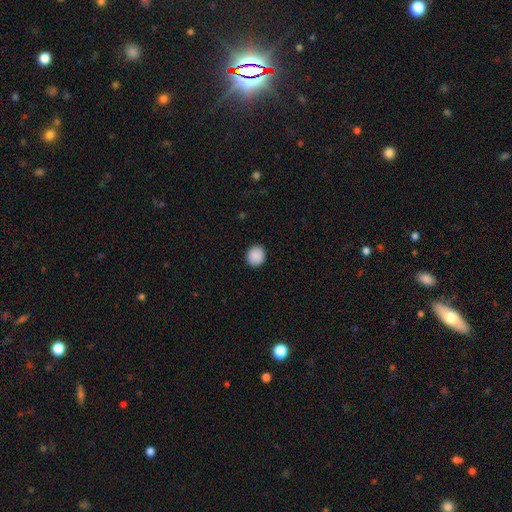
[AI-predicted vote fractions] Smooth or featured? Predicted: smooth (p=0.90). How rounded? Predicted: round (p=0.81). Merging? Predicted: none (p=0.91).